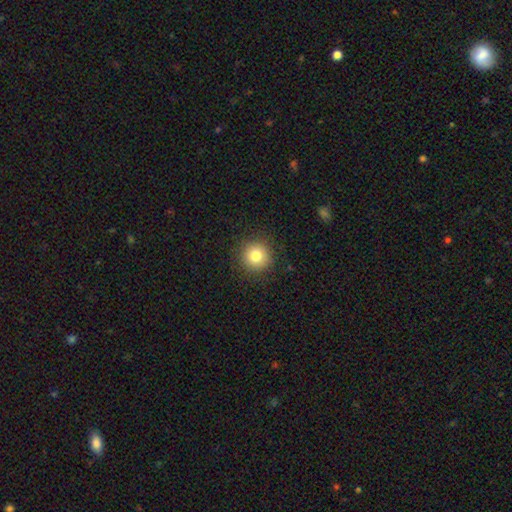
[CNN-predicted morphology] Smooth or featured: smooth — 81% (star or artifact — 11%)
How rounded: round — 95% (in between — 4%)
Merging: none — 90% (minor disturbance — 6%)